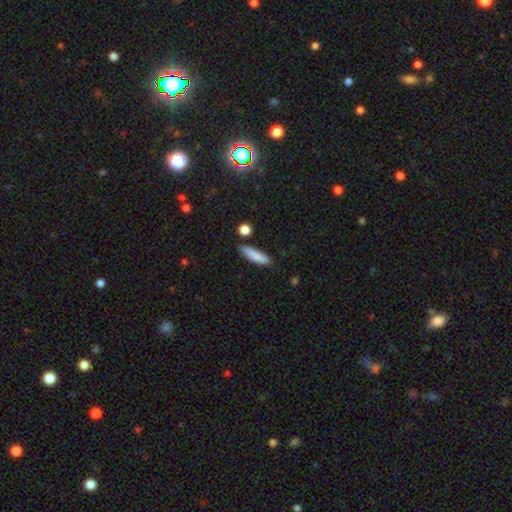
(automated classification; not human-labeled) smooth_or_featured: smooth (p=0.85) [alt: featured or disk p=0.09]
how_rounded: cigar-shaped (p=0.63) [alt: in between p=0.35]
merging: none (p=0.81) [alt: minor disturbance p=0.12]